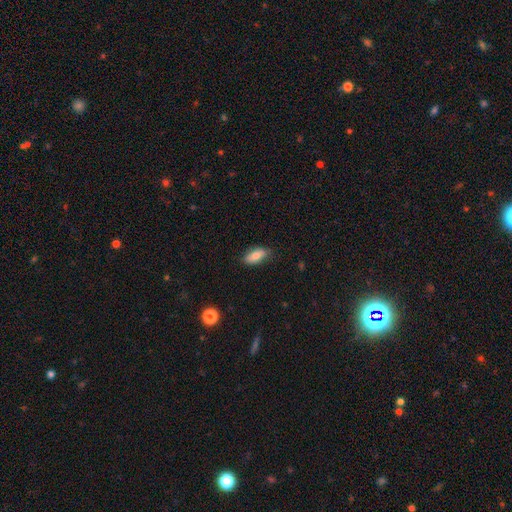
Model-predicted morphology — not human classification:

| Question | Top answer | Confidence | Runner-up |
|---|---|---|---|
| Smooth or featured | smooth | 78% | featured or disk (15%) |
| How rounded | in between | 82% | cigar-shaped (15%) |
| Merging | none | 81% | minor disturbance (15%) |